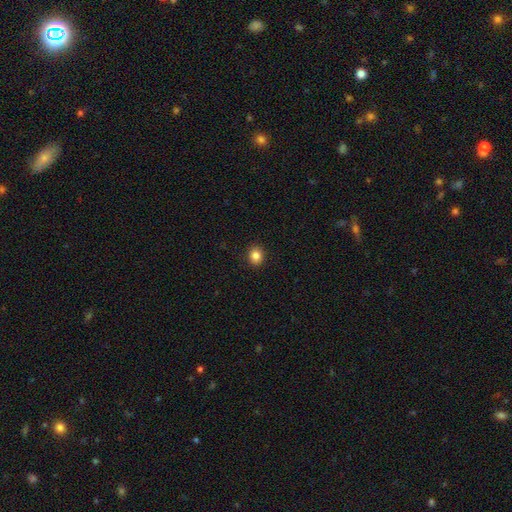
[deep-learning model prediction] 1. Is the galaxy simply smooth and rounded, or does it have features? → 84% smooth, 11% star or artifact, 5% featured or disk.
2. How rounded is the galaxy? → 73% round, 26% in between, 1% cigar-shaped.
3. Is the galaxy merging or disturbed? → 92% none, 5% minor disturbance, 2% major disturbance, 1% merger.